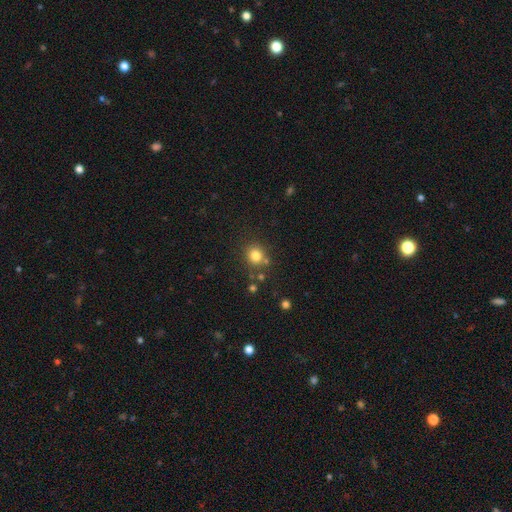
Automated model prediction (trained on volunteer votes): Smooth or featured?
  - smooth: 80% *
  - star or artifact: 13%
  - featured or disk: 7%
How rounded?
  - round: 83% *
  - in between: 16%
  - cigar-shaped: 1%
Merging?
  - none: 75% *
  - minor disturbance: 11%
  - merger: 10%
  - major disturbance: 4%